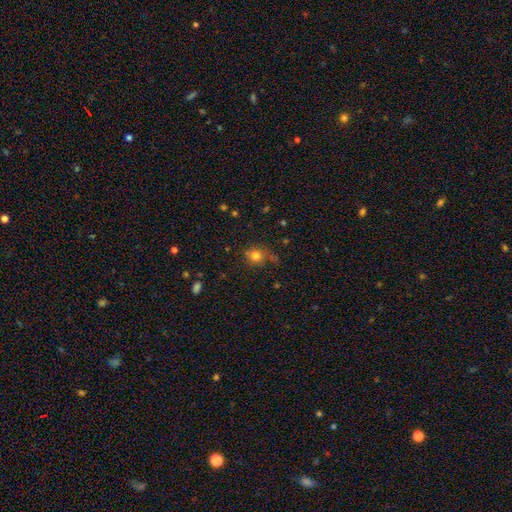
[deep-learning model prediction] smooth 78%, star or artifact 14%, featured or disk 8%. Down the decision tree: how rounded — round (80%); merging — none (68%).